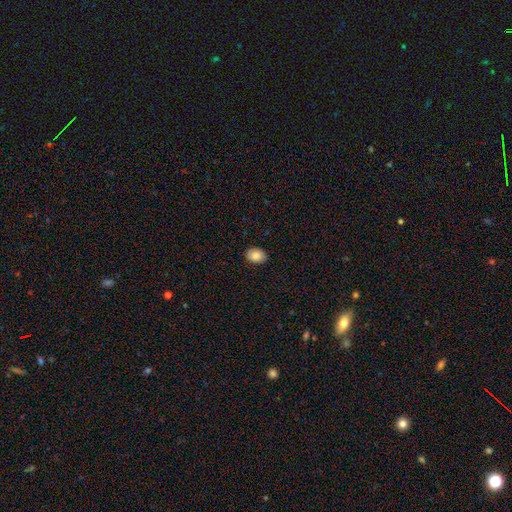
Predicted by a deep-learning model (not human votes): Smooth or featured? smooth (86%)
How rounded? in between (74%)
Merging? none (87%)